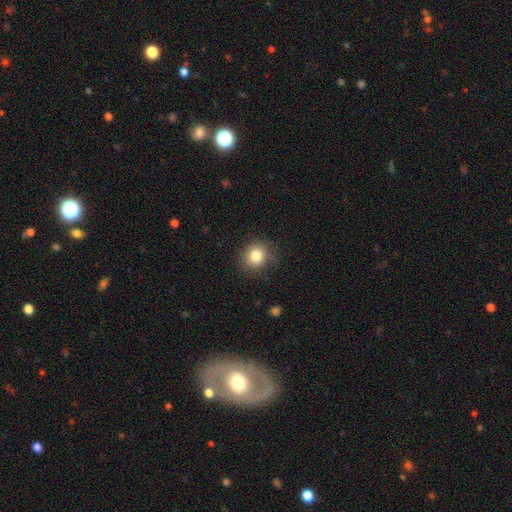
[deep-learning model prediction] Smooth or featured? Predicted: smooth (p=0.83). How rounded? Predicted: round (p=0.82). Merging? Predicted: none (p=0.84).